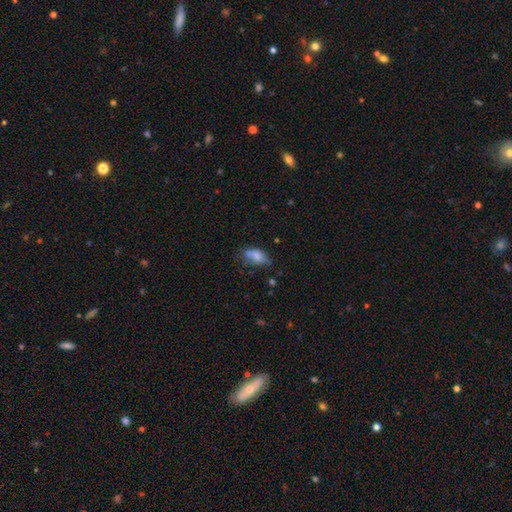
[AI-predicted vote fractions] smooth 70%, featured or disk 20%, star or artifact 9%. Down the decision tree: how rounded — in between (85%); merging — none (44%).